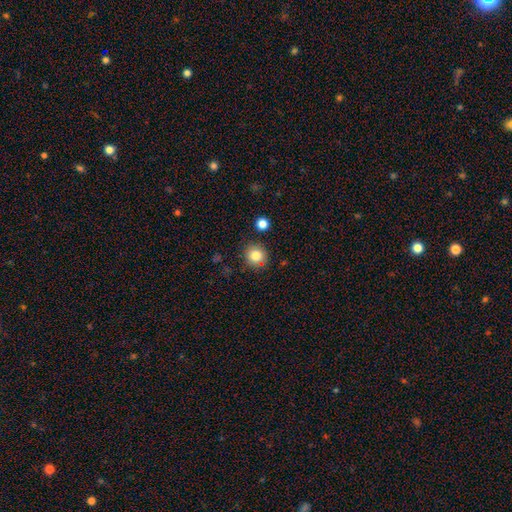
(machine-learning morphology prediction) smooth_or_featured: smooth (p=0.81) [alt: star or artifact p=0.11]
how_rounded: round (p=0.91) [alt: in between p=0.08]
merging: none (p=0.83) [alt: minor disturbance p=0.09]